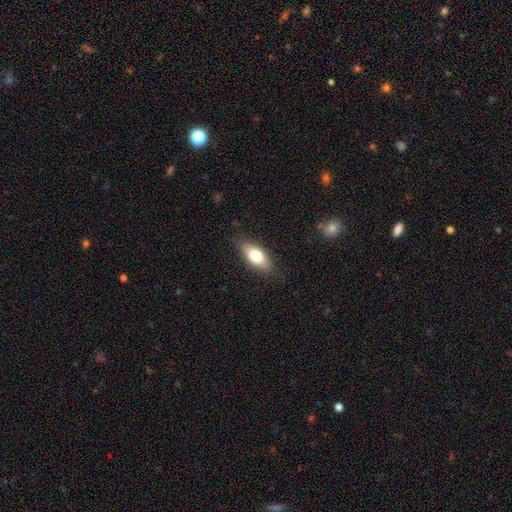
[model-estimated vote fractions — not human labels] The model was most divided on "smooth or featured": smooth: 75%, featured or disk: 19%, star or artifact: 7%. More confident: merging — none (83%); how rounded — in between (82%).